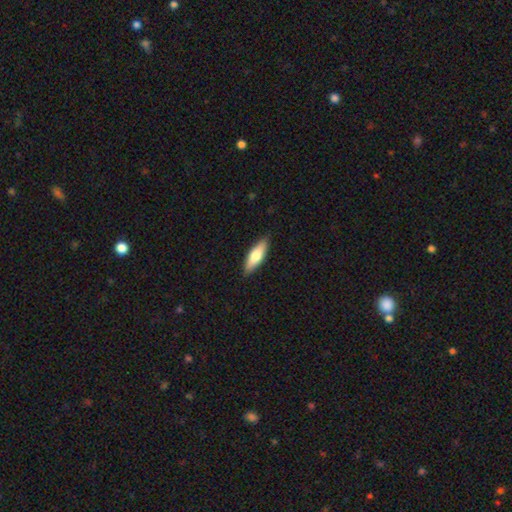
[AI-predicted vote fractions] smooth 71%, featured or disk 24%, star or artifact 5%. Down the decision tree: how rounded — in between (55%); merging — none (88%).